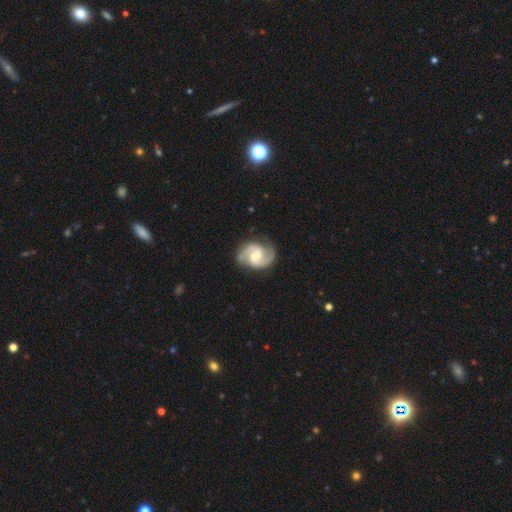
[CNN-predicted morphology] Q: Smooth or featured?
A: featured or disk (91%); runner-up: smooth (5%)
Q: Edge-on disk?
A: no (98%); runner-up: yes (2%)
Q: Bar?
A: weak (50%); runner-up: no (34%)
Q: Spiral arms?
A: yes (98%); runner-up: no (2%)
Q: Spiral winding?
A: medium (60%); runner-up: tight (27%)
Q: Spiral arm count?
A: 2 (94%); runner-up: can't tell (2%)
Q: Bulge size?
A: moderate (43%); runner-up: small (33%)
Q: Merging?
A: none (83%); runner-up: minor disturbance (12%)